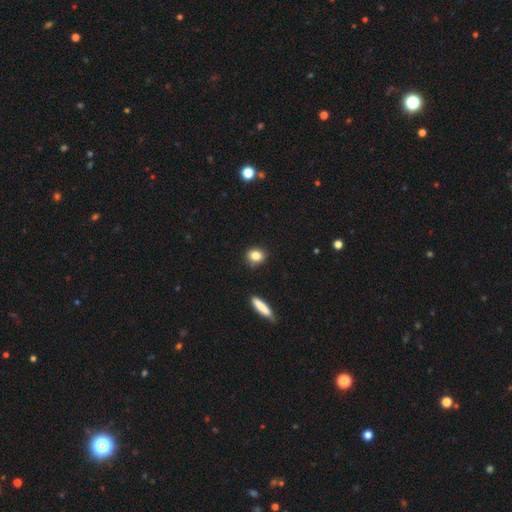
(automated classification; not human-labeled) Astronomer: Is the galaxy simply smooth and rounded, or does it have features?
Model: smooth — 84%.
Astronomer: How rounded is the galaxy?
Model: round — 66%.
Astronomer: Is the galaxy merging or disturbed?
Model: none — 86%.